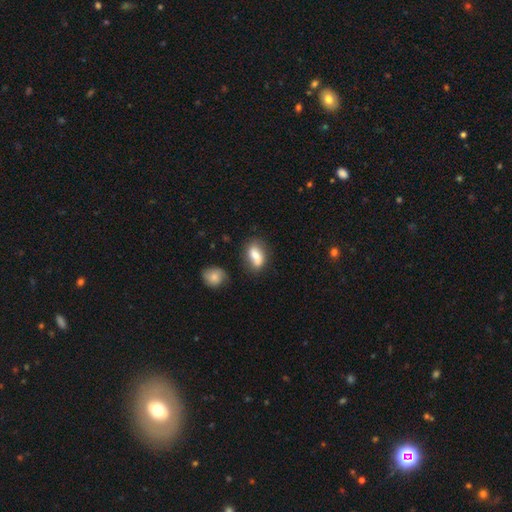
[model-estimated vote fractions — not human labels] Smooth or featured: smooth — 67% (featured or disk — 25%)
How rounded: in between — 84% (round — 10%)
Merging: none — 63% (minor disturbance — 22%)